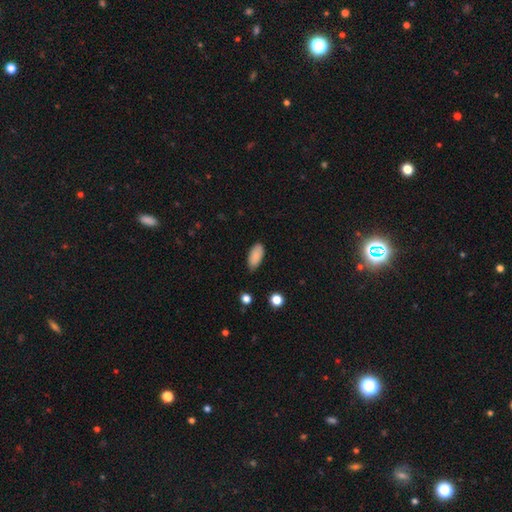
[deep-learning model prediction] Q: Smooth or featured?
A: smooth (88%); runner-up: star or artifact (7%)
Q: How rounded?
A: in between (90%); runner-up: cigar-shaped (7%)
Q: Merging?
A: none (79%); runner-up: minor disturbance (17%)